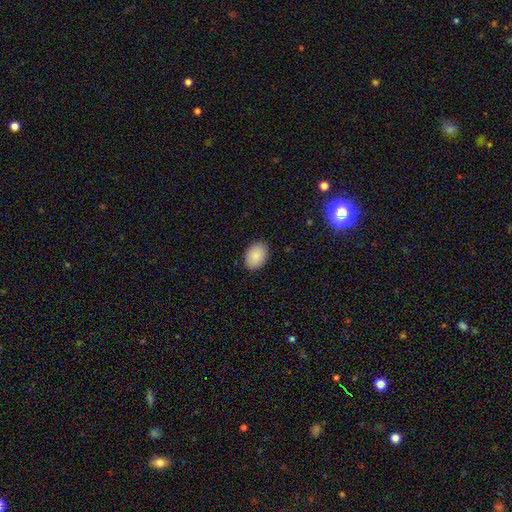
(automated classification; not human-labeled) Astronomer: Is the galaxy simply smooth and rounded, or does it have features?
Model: smooth — 88%.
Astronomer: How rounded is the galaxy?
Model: in between — 82%.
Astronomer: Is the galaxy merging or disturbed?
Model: none — 89%.